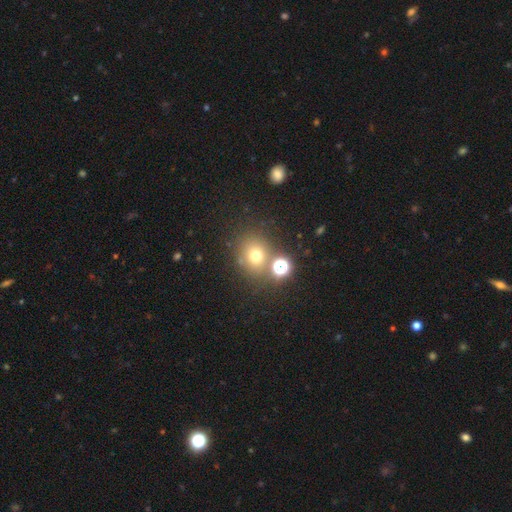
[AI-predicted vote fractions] A smooth galaxy with no disk features (66%) that is round (78%). Merging: none (70%).